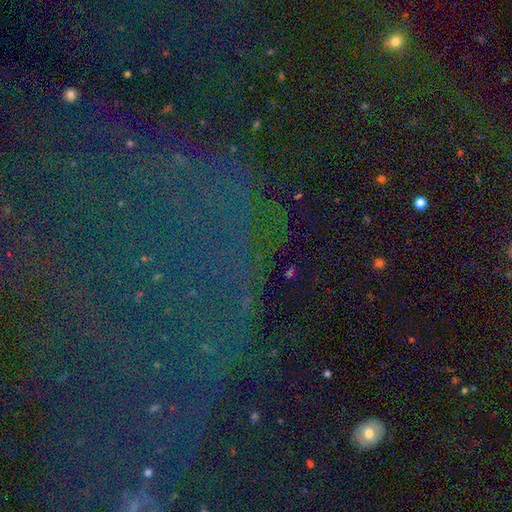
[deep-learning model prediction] Morphology: type=star or artifact (85%).